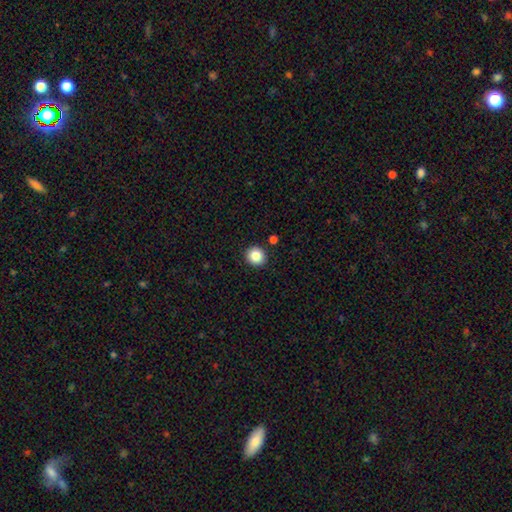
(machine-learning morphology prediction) smooth 85%, star or artifact 10%, featured or disk 6%. Down the decision tree: how rounded — round (90%); merging — none (91%).